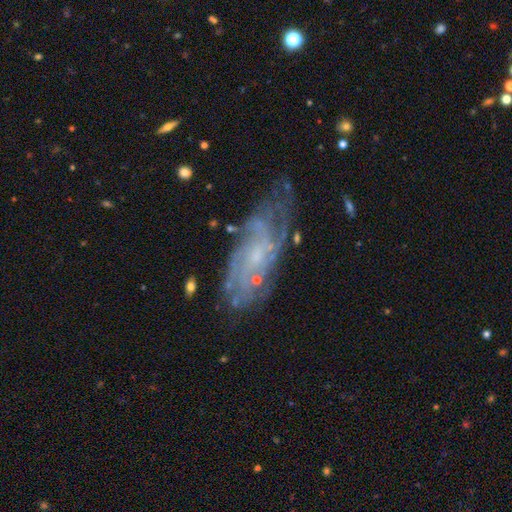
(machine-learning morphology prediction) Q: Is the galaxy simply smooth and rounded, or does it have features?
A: featured or disk — 75%.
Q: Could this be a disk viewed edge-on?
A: no — 89%.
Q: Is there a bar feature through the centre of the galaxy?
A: no — 66%.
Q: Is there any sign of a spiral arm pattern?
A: yes — 83%.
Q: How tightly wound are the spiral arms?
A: tight — 53%.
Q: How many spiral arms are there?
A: can't tell — 57%.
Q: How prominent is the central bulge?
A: small — 67%.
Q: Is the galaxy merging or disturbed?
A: none — 61%.